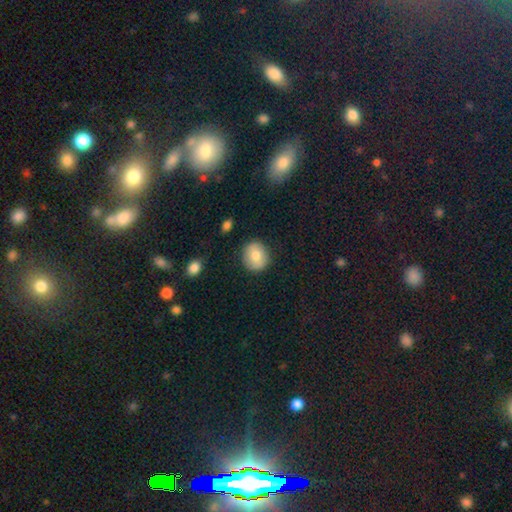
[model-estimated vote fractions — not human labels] This is likely a smooth galaxy (74%). How rounded: clearly round (80%). Merging: clearly none (87%).